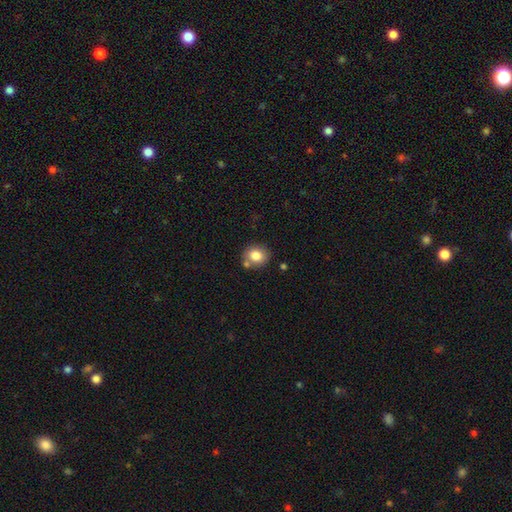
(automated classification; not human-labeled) Smooth or featured?
  - smooth: 81% *
  - star or artifact: 10%
  - featured or disk: 10%
How rounded?
  - round: 69% *
  - in between: 30%
  - cigar-shaped: 1%
Merging?
  - none: 73% *
  - minor disturbance: 12%
  - merger: 12%
  - major disturbance: 3%